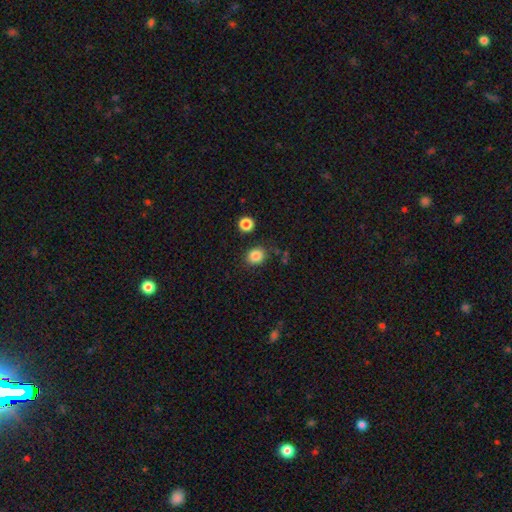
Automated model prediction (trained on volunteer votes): Q: Smooth or featured?
A: smooth (84%); runner-up: star or artifact (11%)
Q: How rounded?
A: round (74%); runner-up: in between (25%)
Q: Merging?
A: none (83%); runner-up: minor disturbance (10%)